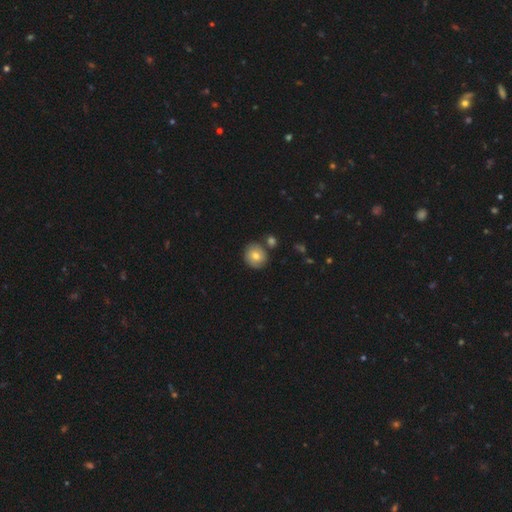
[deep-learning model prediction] Smooth or featured? smooth (69%)
How rounded? round (86%)
Merging? none (76%)